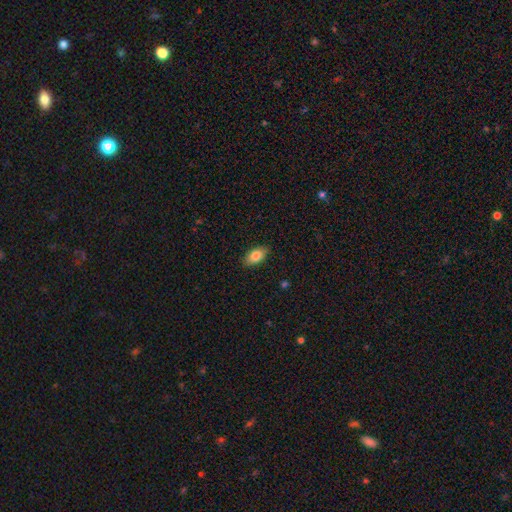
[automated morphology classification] A smooth galaxy with no disk features (83%) that is in between round and cigar-shaped (90%).

Vote fractions:
- Smooth or featured? smooth: 83% / featured or disk: 10% / star or artifact: 7%
- How rounded? in between: 90% / round: 5% / cigar-shaped: 5%
- Merging? none: 88% / minor disturbance: 9% / major disturbance: 2% / merger: 1%